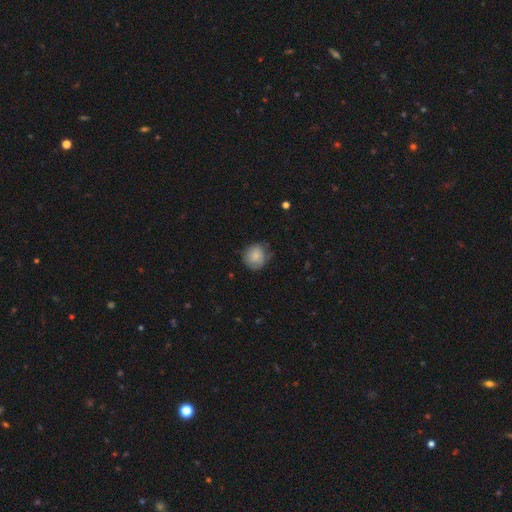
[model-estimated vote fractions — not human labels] smooth 79%, featured or disk 14%, star or artifact 7%. Down the decision tree: how rounded — round (85%); merging — none (68%).